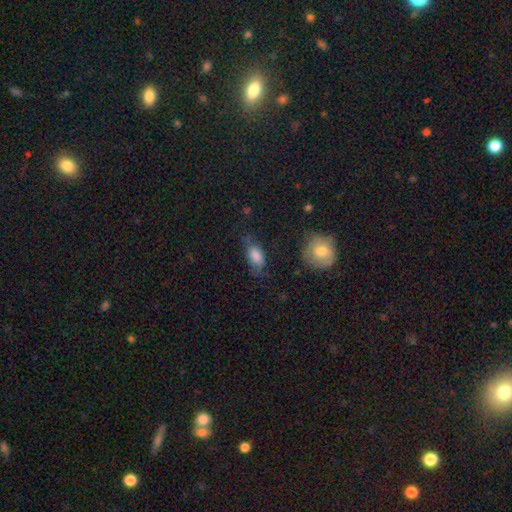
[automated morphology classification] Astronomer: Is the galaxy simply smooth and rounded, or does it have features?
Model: smooth — 78%.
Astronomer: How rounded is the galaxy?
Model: in between — 87%.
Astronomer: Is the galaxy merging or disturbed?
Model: none — 56%.